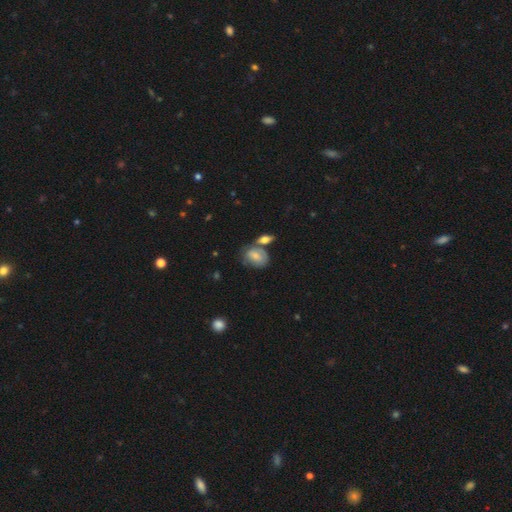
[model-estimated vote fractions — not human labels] Smooth or featured? smooth (68%)
How rounded? in between (69%)
Merging? none (47%)